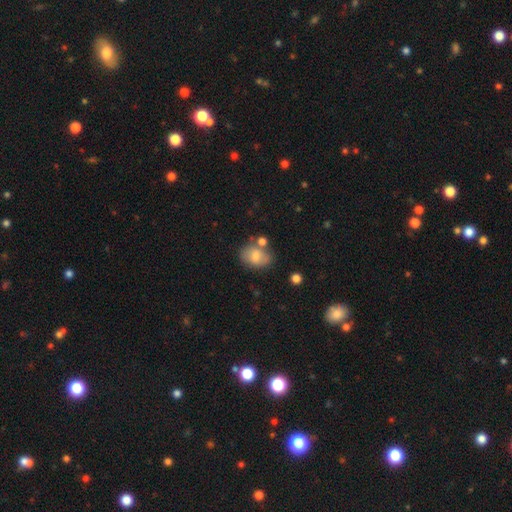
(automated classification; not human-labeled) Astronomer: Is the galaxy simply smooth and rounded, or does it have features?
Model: smooth — 70%.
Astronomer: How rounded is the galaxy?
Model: in between — 64%.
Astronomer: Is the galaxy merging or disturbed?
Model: none — 57%.